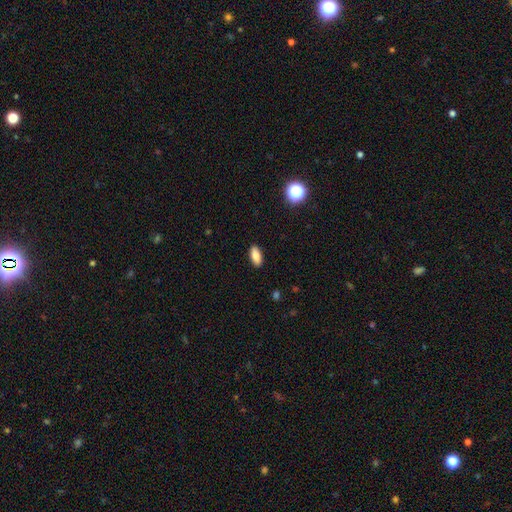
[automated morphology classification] type=smooth (84%); roundness=in between (84%); merging=none (90%).